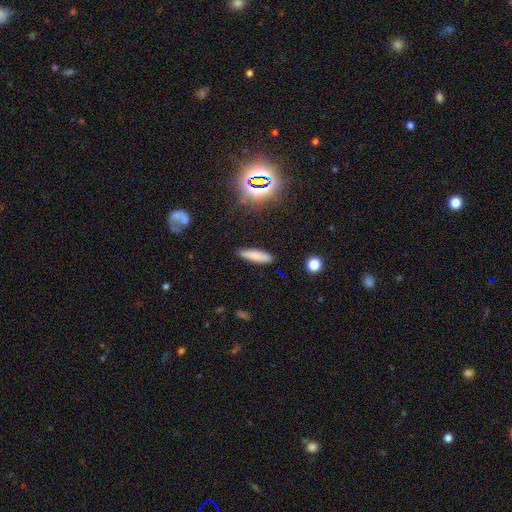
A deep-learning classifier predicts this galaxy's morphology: smooth-or-featured: smooth: 80% | featured or disk: 11% | star or artifact: 10%
  how-rounded: cigar-shaped: 75% | in between: 23% | round: 2%
  merging: none: 88% | minor disturbance: 9% | major disturbance: 2% | merger: 1%